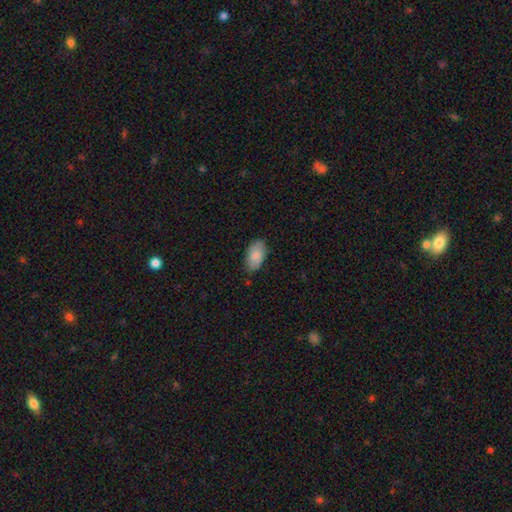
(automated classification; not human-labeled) Smooth or featured? smooth (83%)
How rounded? in between (94%)
Merging? none (78%)